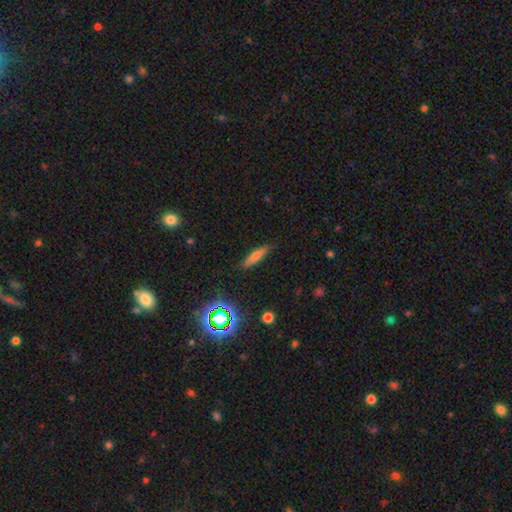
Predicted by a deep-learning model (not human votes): Smooth or featured? smooth (68%)
How rounded? cigar-shaped (75%)
Merging? none (84%)